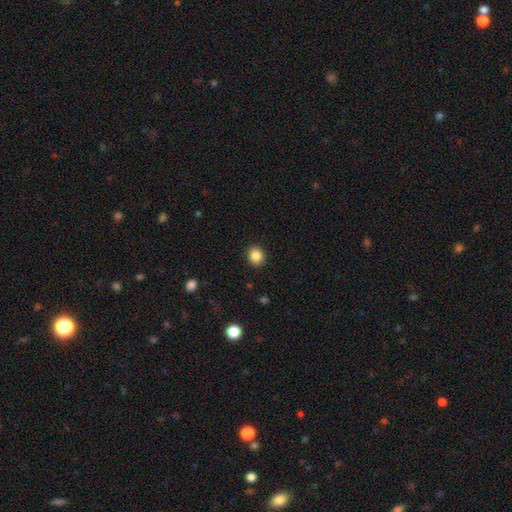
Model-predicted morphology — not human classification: Smooth or featured: smooth — 86% (star or artifact — 10%)
How rounded: round — 74% (in between — 25%)
Merging: none — 91% (minor disturbance — 6%)